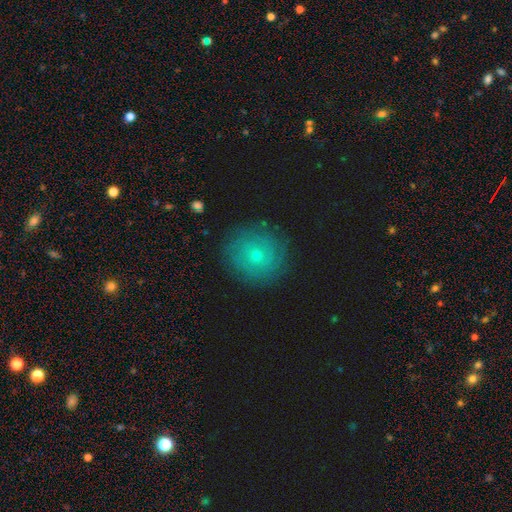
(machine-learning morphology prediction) This is likely a smooth galaxy (65%). How rounded: clearly round (92%). Merging: clearly none (90%).